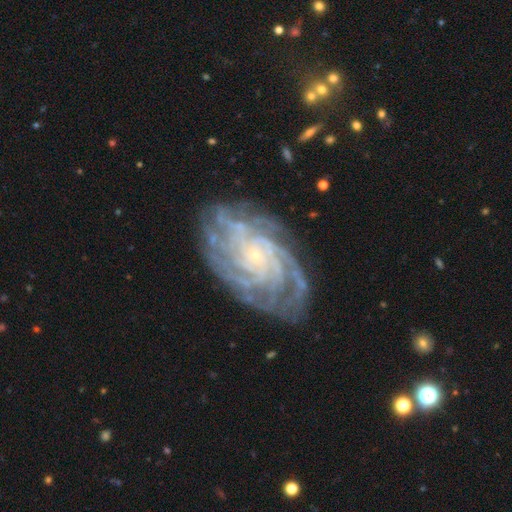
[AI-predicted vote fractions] Smooth or featured: featured or disk — 90% (star or artifact — 5%)
Edge-on disk: no — 97% (yes — 3%)
Bar: no — 75% (weak — 19%)
Spiral arms: yes — 98% (no — 2%)
Spiral winding: tight — 77% (medium — 19%)
Spiral arm count: more than 4 — 29% (4 — 25%)
Bulge size: small — 87% (moderate — 9%)
Merging: none — 79% (minor disturbance — 15%)